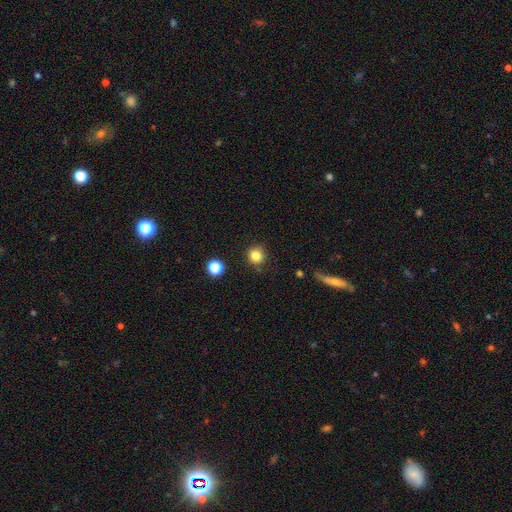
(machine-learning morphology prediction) A smooth galaxy with no disk features (82%) that is round (92%).

Vote fractions:
- Smooth or featured? smooth: 82% / star or artifact: 12% / featured or disk: 5%
- How rounded? round: 92% / in between: 7% / cigar-shaped: 1%
- Merging? none: 86% / minor disturbance: 9% / merger: 3% / major disturbance: 3%